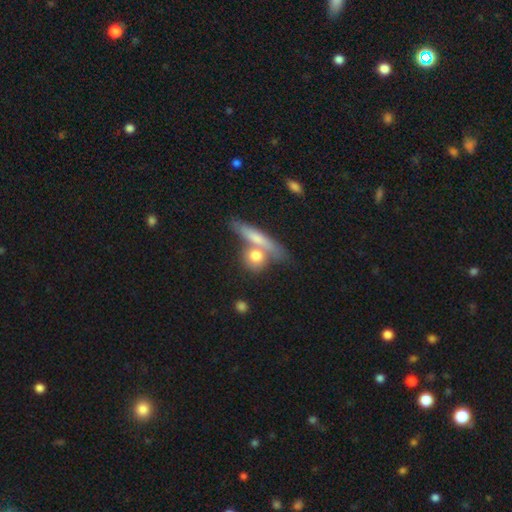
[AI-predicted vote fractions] A smooth galaxy with no disk features (72%) that is round (56%).

Vote fractions:
- Smooth or featured? smooth: 72% / featured or disk: 21% / star or artifact: 7%
- How rounded? round: 56% / in between: 23% / cigar-shaped: 20%
- Merging? none: 45% / merger: 36% / minor disturbance: 12% / major disturbance: 6%